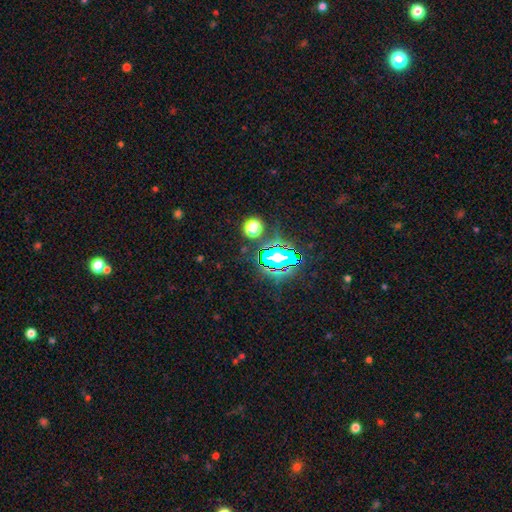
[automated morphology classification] type=star or artifact (80%).